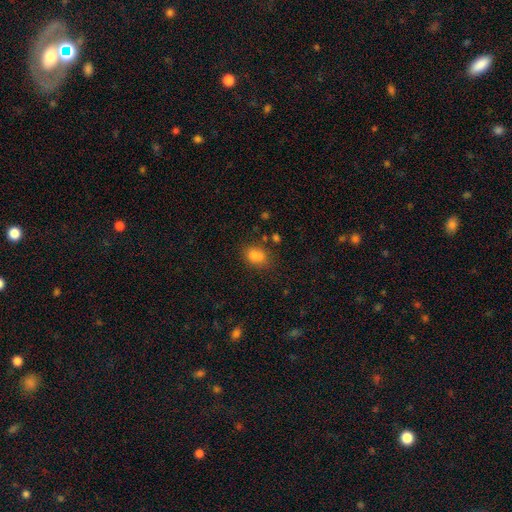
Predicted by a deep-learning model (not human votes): Smooth or featured?
  - smooth: 77% *
  - star or artifact: 12%
  - featured or disk: 11%
How rounded?
  - in between: 60% *
  - round: 38%
  - cigar-shaped: 1%
Merging?
  - none: 49% *
  - merger: 27%
  - minor disturbance: 17%
  - major disturbance: 7%